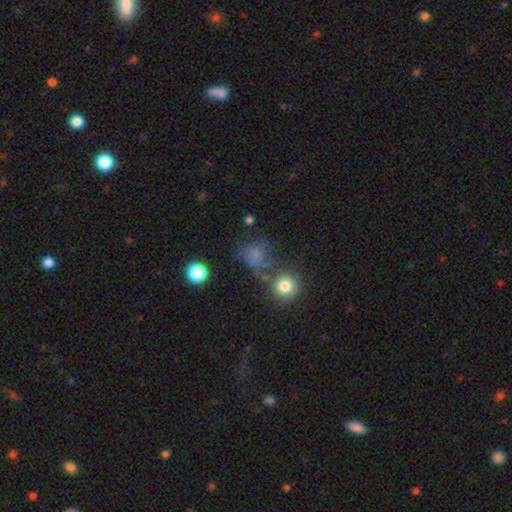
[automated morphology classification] Smooth or featured? Predicted: smooth (p=0.65). How rounded? Predicted: round (p=0.67). Merging? Predicted: none (p=0.46).